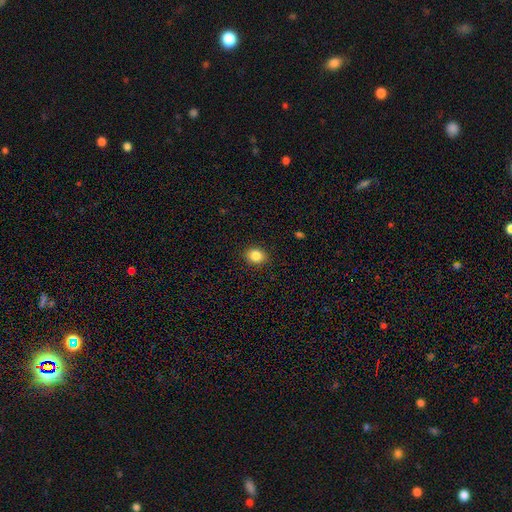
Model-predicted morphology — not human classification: This appears to be a smooth galaxy with no disk features (85%) that is round (61%). Merging: none (90%).